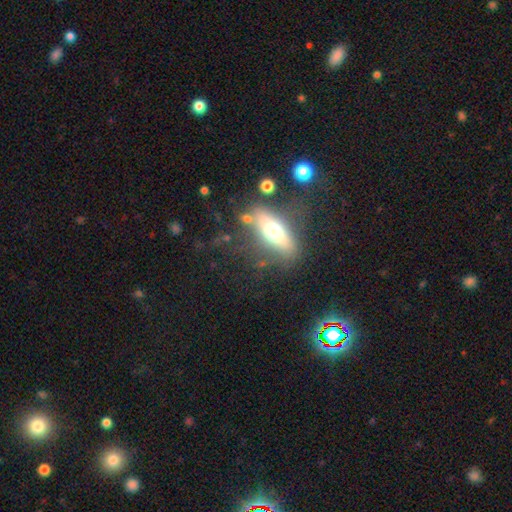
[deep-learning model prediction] Smooth or featured?
  - featured or disk: 57% *
  - smooth: 25%
  - star or artifact: 17%
Edge-on disk?
  - yes: 76% *
  - no: 24%
Merging?
  - none: 65% *
  - minor disturbance: 16%
  - major disturbance: 12%
  - merger: 6%